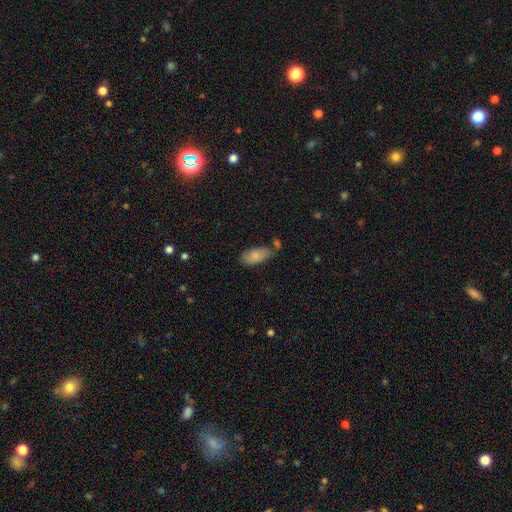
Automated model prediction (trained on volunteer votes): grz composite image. It shows a smooth galaxy with no disk features (83%) that is in between round and cigar-shaped (91%). Merging: none (63%).